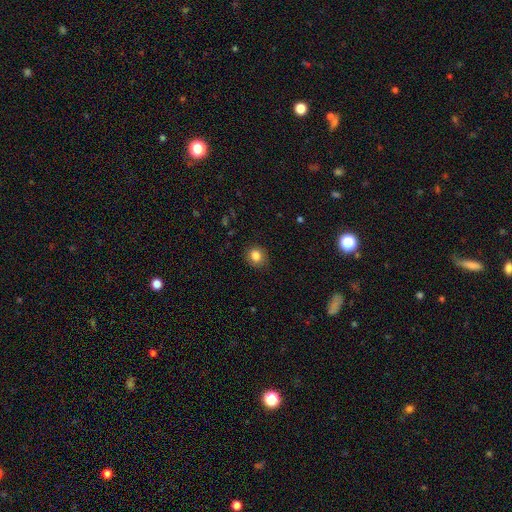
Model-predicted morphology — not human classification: This appears to be a smooth galaxy with no disk features (84%) that is round (79%). Merging: none (87%).